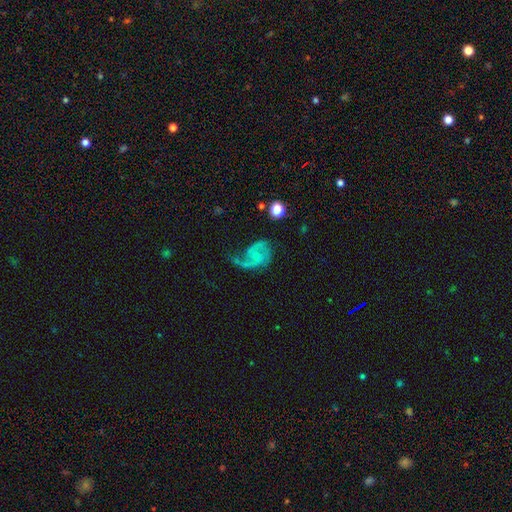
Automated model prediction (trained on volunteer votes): A featured or disk galaxy (83%) with no bar (62%), 2 (74%) loose (44%) spiral arms (94%) and a small central bulge (62%). Merging: none (42%).